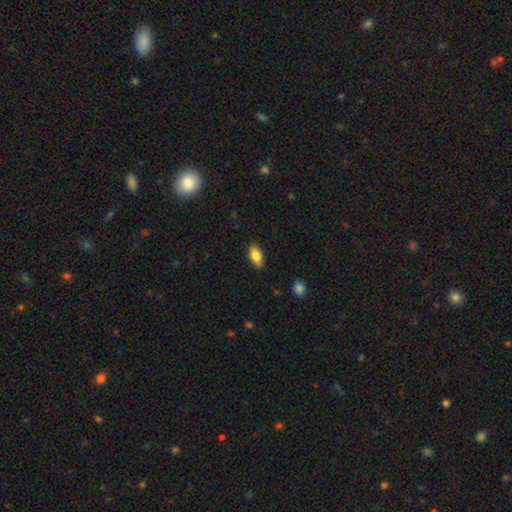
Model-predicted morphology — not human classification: Smooth or featured? smooth (80%)
How rounded? in between (88%)
Merging? none (87%)